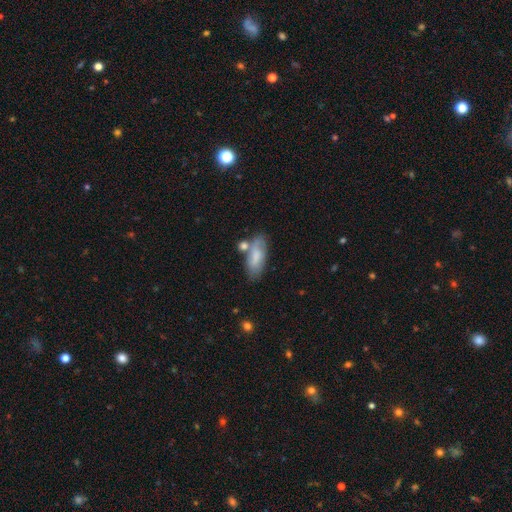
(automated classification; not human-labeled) Morphology: type=smooth (71%); roundness=in between (77%); merging=none (55%).